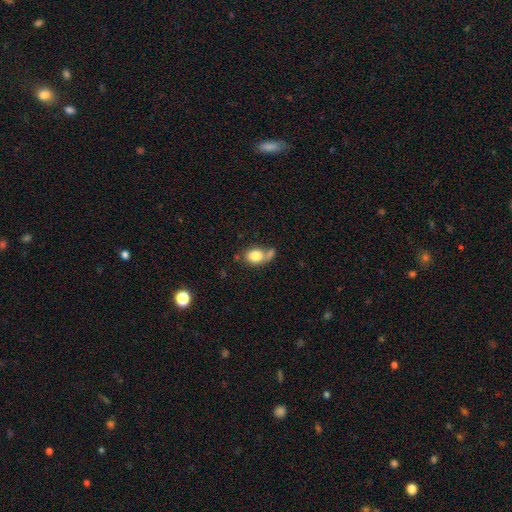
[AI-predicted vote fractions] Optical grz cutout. It shows a smooth galaxy with no disk features (80%) that is in between round and cigar-shaped (53%). Merging: none (41%).